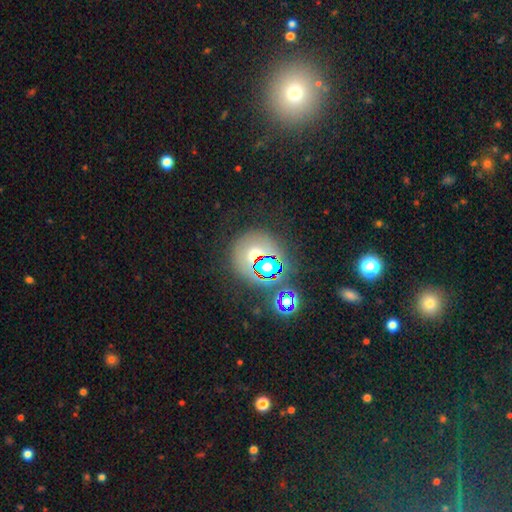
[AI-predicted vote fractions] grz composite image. It shows a star or artifact, not a galaxy (44%).